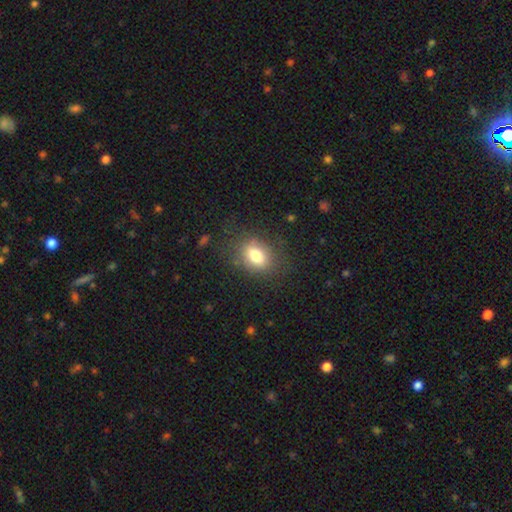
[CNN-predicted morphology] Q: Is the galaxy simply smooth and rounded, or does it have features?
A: smooth — 76%.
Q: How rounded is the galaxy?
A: in between — 68%.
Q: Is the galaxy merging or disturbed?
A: none — 77%.